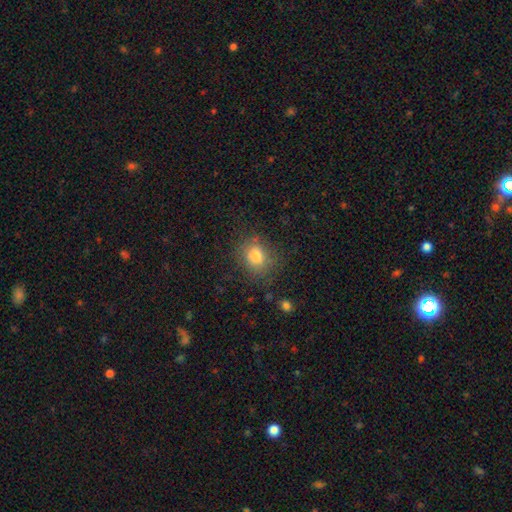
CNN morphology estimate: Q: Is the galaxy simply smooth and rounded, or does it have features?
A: smooth — 79%.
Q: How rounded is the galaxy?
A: round — 59%.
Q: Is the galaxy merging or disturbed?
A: none — 74%.